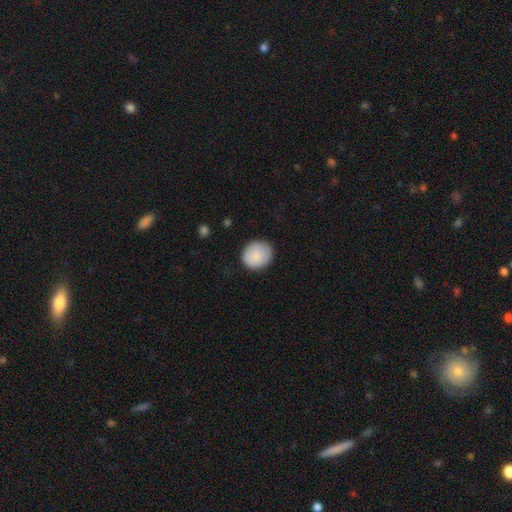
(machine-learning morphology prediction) This is clearly a smooth galaxy (88%). How rounded: clearly round (83%). Merging: clearly none (85%).